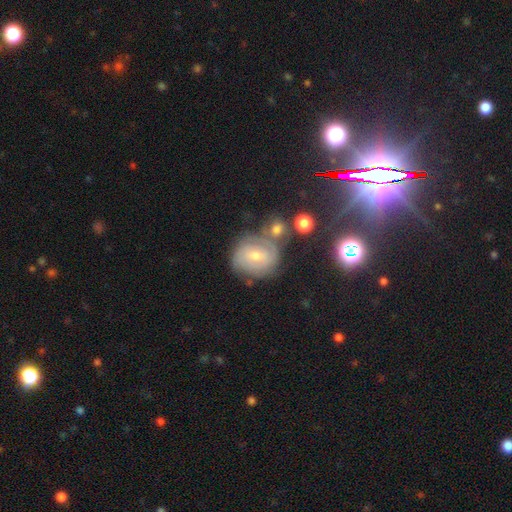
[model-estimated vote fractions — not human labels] The model was most divided on "bulge size": moderate: 49%, small: 46%, large: 2%, none: 2%, dominant: 1%. Remaining: edge-on disk — no (96%); spiral arms — yes (78%); smooth or featured — featured or disk (57%); merging — none (55%); bar — weak (49%).